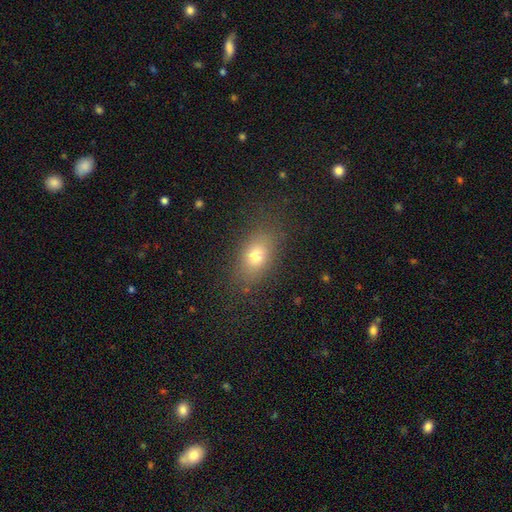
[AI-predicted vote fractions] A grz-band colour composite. It shows a smooth galaxy with no disk features (74%) that is in between round and cigar-shaped (80%). Merging: none (83%).